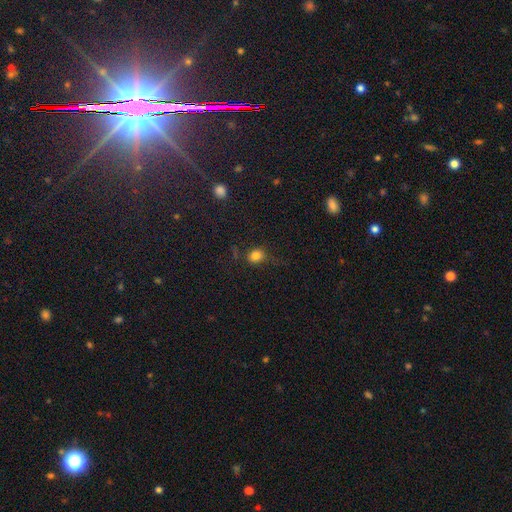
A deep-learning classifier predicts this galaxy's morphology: This is likely a smooth galaxy (79%). How rounded: likely round (71%). Merging: likely none (70%).